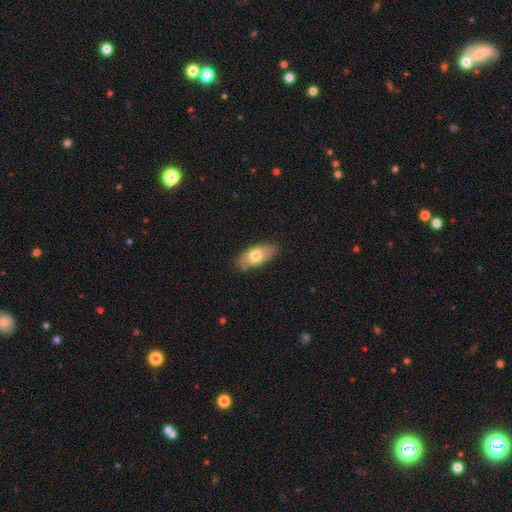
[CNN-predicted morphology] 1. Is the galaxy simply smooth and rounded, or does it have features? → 72% smooth, 22% featured or disk, 6% star or artifact.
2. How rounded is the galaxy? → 88% in between, 9% cigar-shaped, 4% round.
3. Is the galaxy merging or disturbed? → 79% none, 16% minor disturbance, 3% major disturbance, 2% merger.